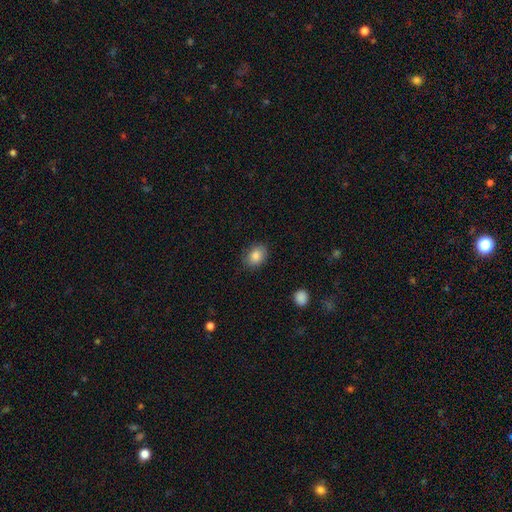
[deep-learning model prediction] Morphology: type=smooth (86%); roundness=in between (61%); merging=none (82%).